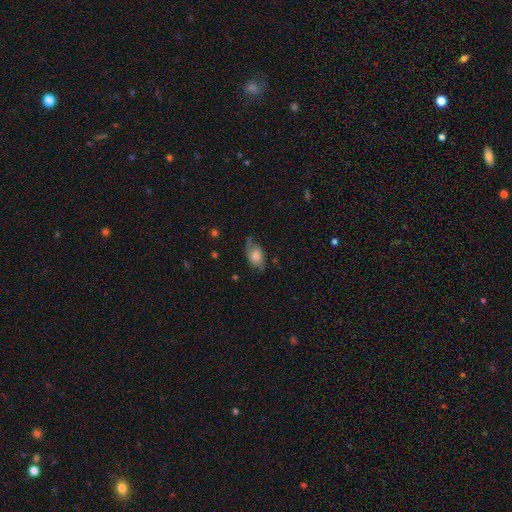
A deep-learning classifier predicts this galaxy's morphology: The model was most divided on "smooth or featured": smooth: 47%, featured or disk: 45%, star or artifact: 8%. More confident: merging — none (54%).